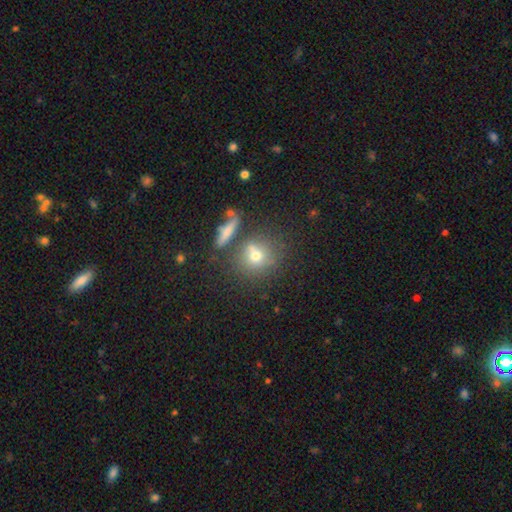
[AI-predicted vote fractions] Smooth or featured?
  - smooth: 67% *
  - featured or disk: 17%
  - star or artifact: 16%
How rounded?
  - round: 82% *
  - in between: 15%
  - cigar-shaped: 3%
Merging?
  - none: 67% *
  - merger: 17%
  - minor disturbance: 11%
  - major disturbance: 5%